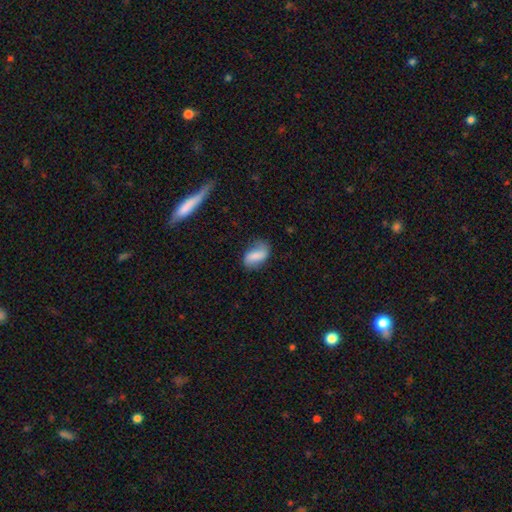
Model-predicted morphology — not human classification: Smooth or featured: smooth — 64% (featured or disk — 28%)
How rounded: in between — 88% (round — 8%)
Merging: none — 63% (minor disturbance — 26%)